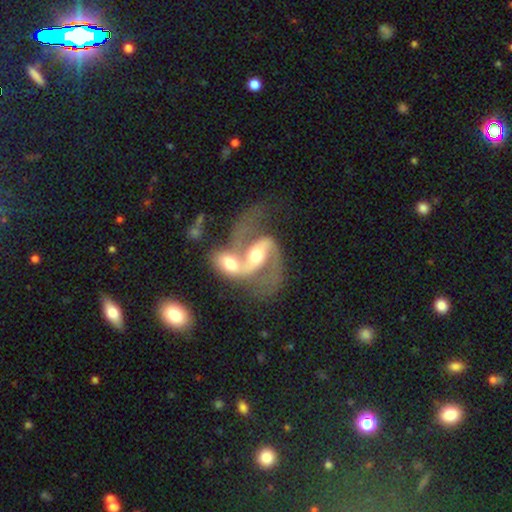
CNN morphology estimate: Smooth or featured?
  - featured or disk: 86% *
  - smooth: 9%
  - star or artifact: 5%
Edge-on disk?
  - no: 96% *
  - yes: 4%
Bar?
  - weak: 38% *
  - strong: 35%
  - no: 27%
Spiral arms?
  - yes: 94% *
  - no: 6%
Spiral winding?
  - loose: 54% *
  - medium: 38%
  - tight: 8%
Spiral arm count?
  - 2: 88% *
  - 1: 5%
  - can't tell: 4%
  - 3: 1%
  - 4: 1%
  - more than 4: 1%
Bulge size?
  - moderate: 64% *
  - large: 17%
  - small: 16%
  - none: 2%
  - dominant: 2%
Merging?
  - merger: 74% *
  - none: 11%
  - major disturbance: 9%
  - minor disturbance: 6%